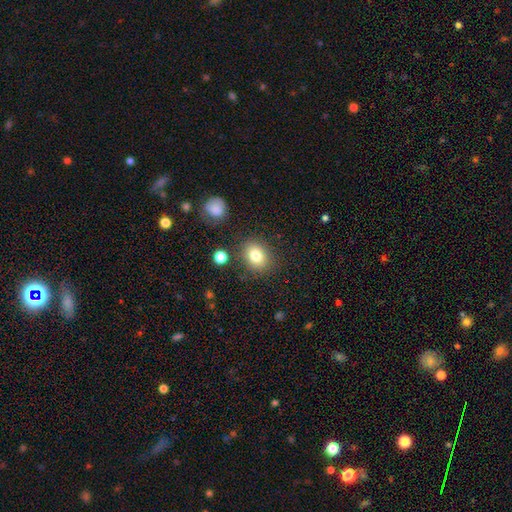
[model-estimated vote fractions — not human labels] This is clearly a smooth galaxy (80%). How rounded: possibly round (52%). Merging: clearly none (81%).